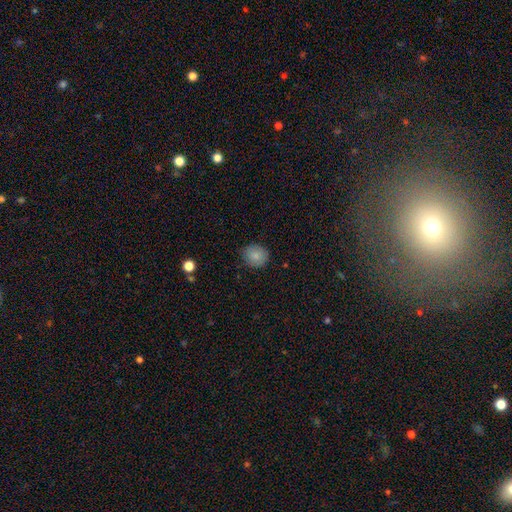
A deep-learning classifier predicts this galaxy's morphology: Q: Smooth or featured?
A: smooth (84%); runner-up: star or artifact (9%)
Q: How rounded?
A: round (82%); runner-up: in between (17%)
Q: Merging?
A: none (82%); runner-up: minor disturbance (14%)